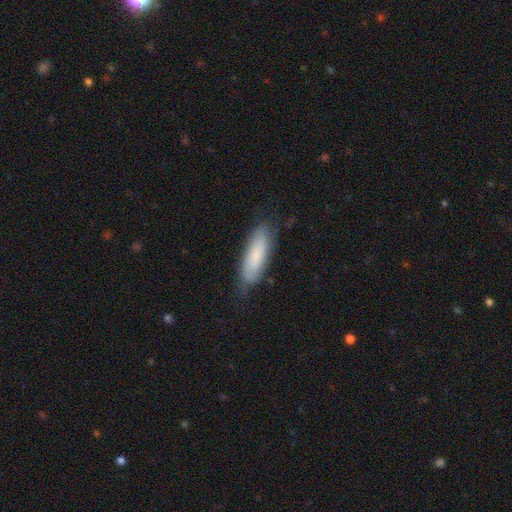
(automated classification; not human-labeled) This appears to be a smooth galaxy with no disk features (73%) that is in between round and cigar-shaped (53%). Merging: none (74%).